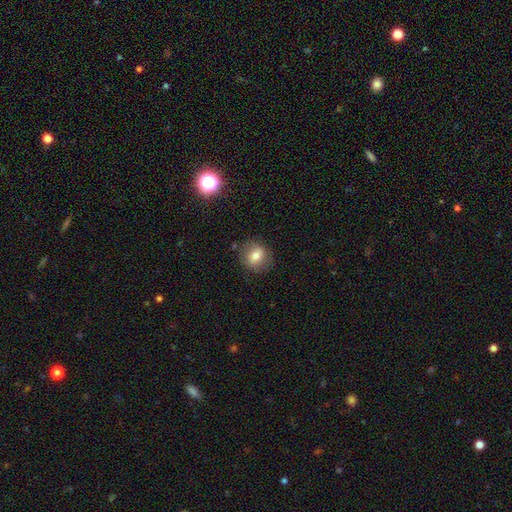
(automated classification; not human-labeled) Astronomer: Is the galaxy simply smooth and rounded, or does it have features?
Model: smooth — 74%.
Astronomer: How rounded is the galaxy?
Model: round — 75%.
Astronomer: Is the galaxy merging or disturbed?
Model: none — 82%.